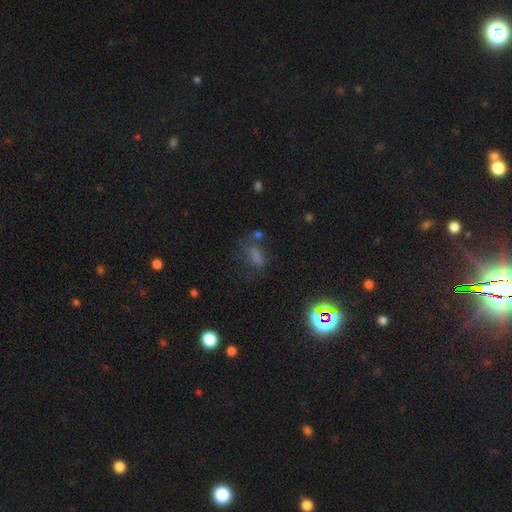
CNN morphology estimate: A smooth galaxy with no disk features (41%). Merging: none (57%).